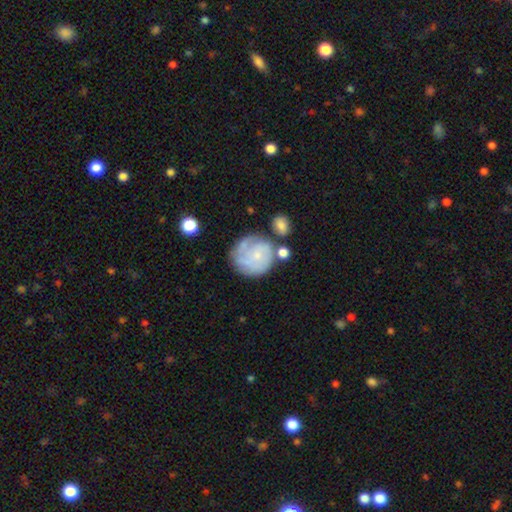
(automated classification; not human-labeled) Smooth or featured: featured or disk — 56% (smooth — 37%)
Edge-on disk: no — 98% (yes — 2%)
Bar: no — 79% (weak — 18%)
Spiral arms: yes — 74% (no — 26%)
Bulge size: small — 67% (moderate — 18%)
Merging: none — 56% (minor disturbance — 21%)